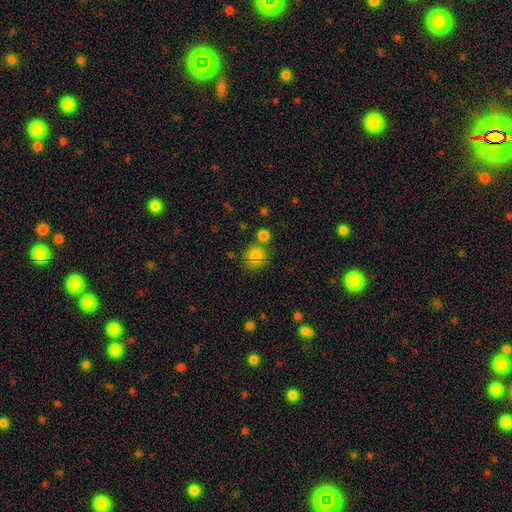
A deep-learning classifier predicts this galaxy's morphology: Overall: smooth (82%). How rounded: round (82%). Merging: none (66%).